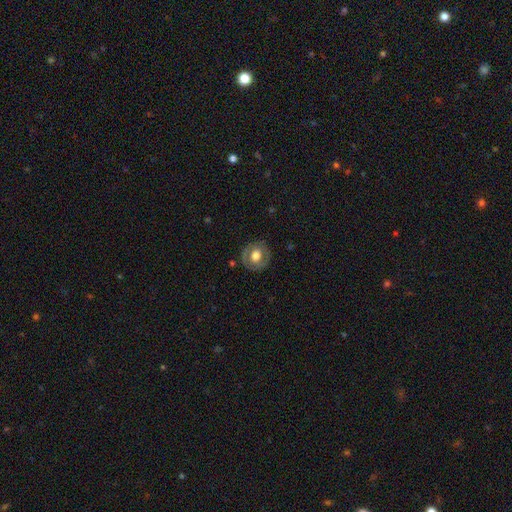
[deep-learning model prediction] A smooth galaxy with no disk features (49%). Merging: none (81%).